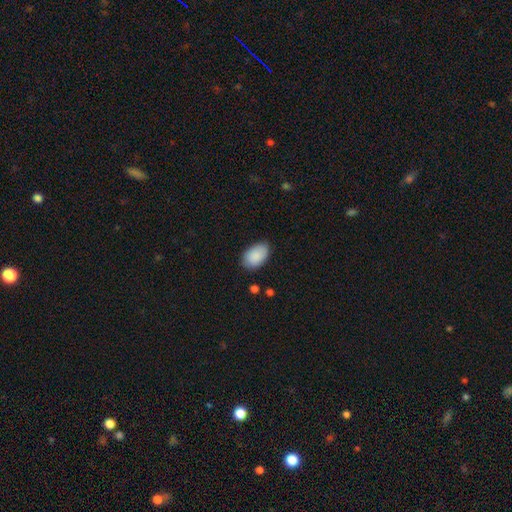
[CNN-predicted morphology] This appears to be a smooth galaxy with no disk features (89%) that is in between round and cigar-shaped (92%). Merging: none (80%).